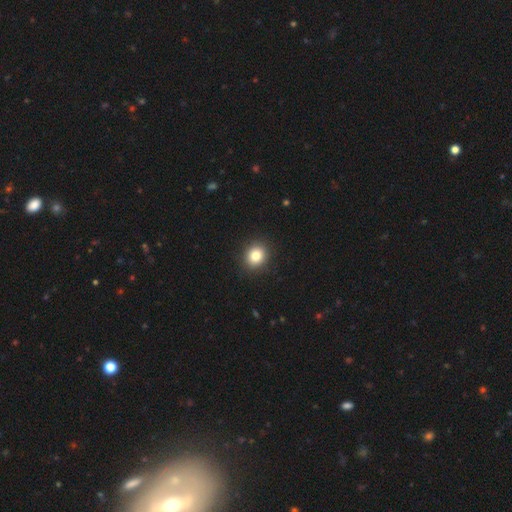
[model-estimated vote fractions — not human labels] Smooth or featured?
  - smooth: 83% *
  - star or artifact: 10%
  - featured or disk: 7%
How rounded?
  - round: 73% *
  - in between: 26%
  - cigar-shaped: 1%
Merging?
  - none: 91% *
  - minor disturbance: 6%
  - major disturbance: 2%
  - merger: 1%